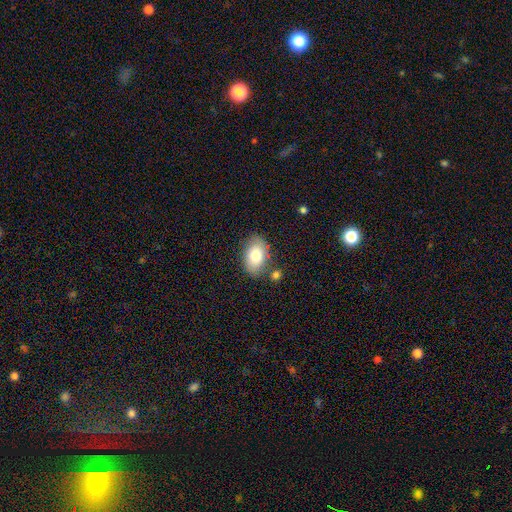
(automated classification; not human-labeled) Overall: smooth (76%). How rounded: in between (89%). Merging: none (76%).